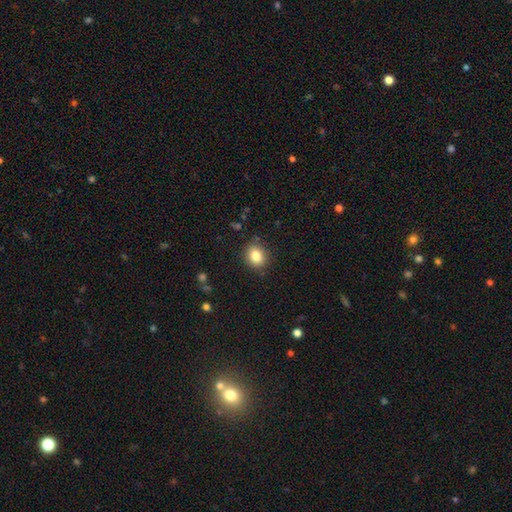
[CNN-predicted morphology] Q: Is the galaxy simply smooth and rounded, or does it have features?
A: smooth — 83%.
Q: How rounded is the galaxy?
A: round — 70%.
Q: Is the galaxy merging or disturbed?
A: none — 88%.